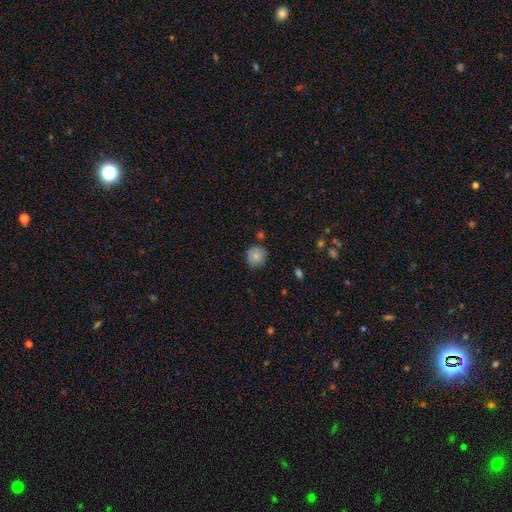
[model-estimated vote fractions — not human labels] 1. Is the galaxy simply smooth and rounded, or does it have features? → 81% smooth, 10% featured or disk, 9% star or artifact.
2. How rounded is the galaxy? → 88% round, 11% in between, 1% cigar-shaped.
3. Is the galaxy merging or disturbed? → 74% none, 19% minor disturbance, 4% major disturbance, 4% merger.